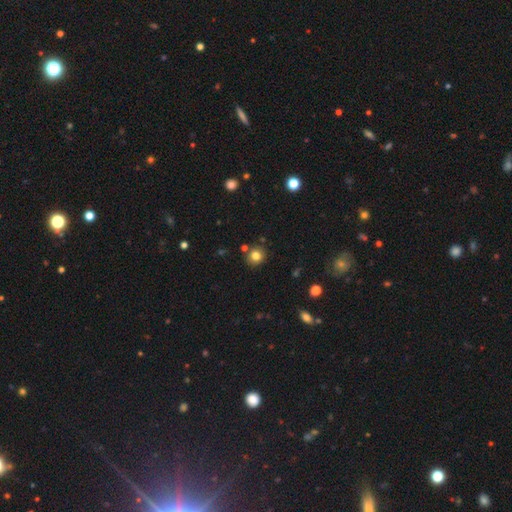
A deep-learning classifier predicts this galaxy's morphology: smooth 80%, star or artifact 13%, featured or disk 7%. Down the decision tree: how rounded — round (88%); merging — none (83%).